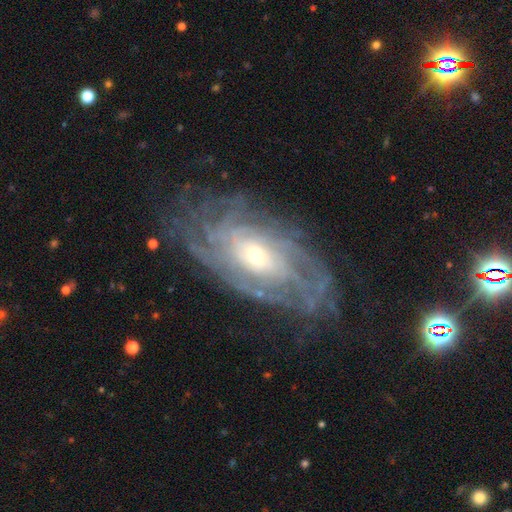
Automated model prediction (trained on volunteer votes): This is clearly a featured or disk galaxy (86%). It is clearly not viewed edge-on (93%). Bar: likely no (62%). Spiral arm pattern: clearly yes (95%). Spiral arm count: marginally can't tell (40%). Spiral winding: likely tight (73%). Central bulge: possibly small (58%). Merging: likely none (74%).